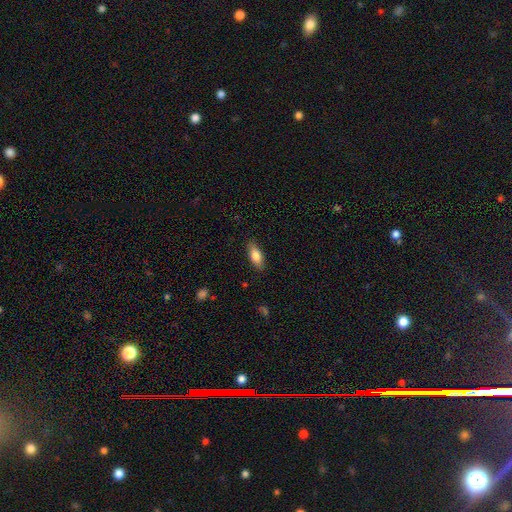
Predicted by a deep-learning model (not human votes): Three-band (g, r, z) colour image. It shows a smooth galaxy with no disk features (80%) that is in between round and cigar-shaped (78%). Merging: none (86%).